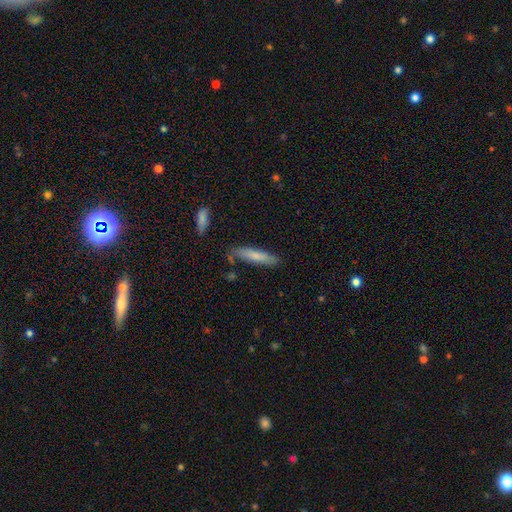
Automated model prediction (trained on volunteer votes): smooth_or_featured: smooth (p=0.74) [alt: featured or disk p=0.20]
how_rounded: cigar-shaped (p=0.84) [alt: in between p=0.15]
merging: none (p=0.78) [alt: minor disturbance p=0.16]